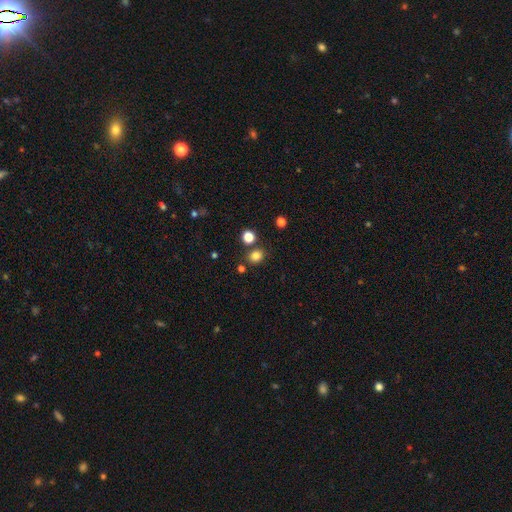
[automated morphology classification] Smooth or featured: smooth — 80% (star or artifact — 15%)
How rounded: round — 69% (in between — 30%)
Merging: none — 79% (minor disturbance — 10%)